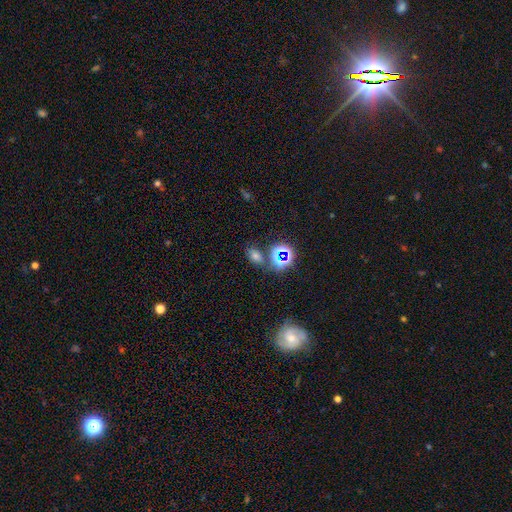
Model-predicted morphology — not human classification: Smooth or featured?
  - smooth: 51% *
  - star or artifact: 37%
  - featured or disk: 12%
How rounded?
  - in between: 68% *
  - round: 29%
  - cigar-shaped: 3%
Merging?
  - none: 72% *
  - minor disturbance: 13%
  - merger: 10%
  - major disturbance: 5%